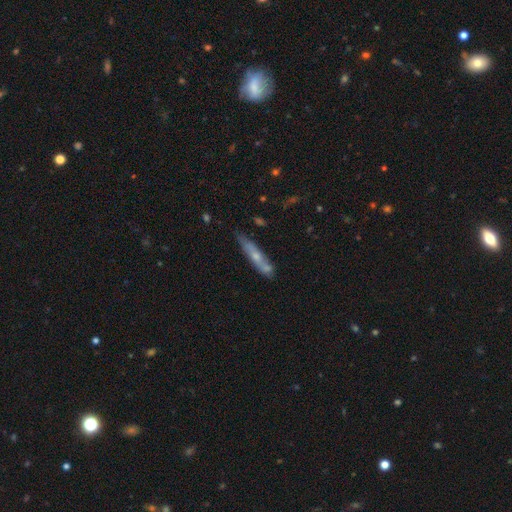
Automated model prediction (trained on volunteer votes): Smooth or featured: smooth — 47% (tied with featured or disk — 47%)
Merging: none — 65% (minor disturbance — 20%)